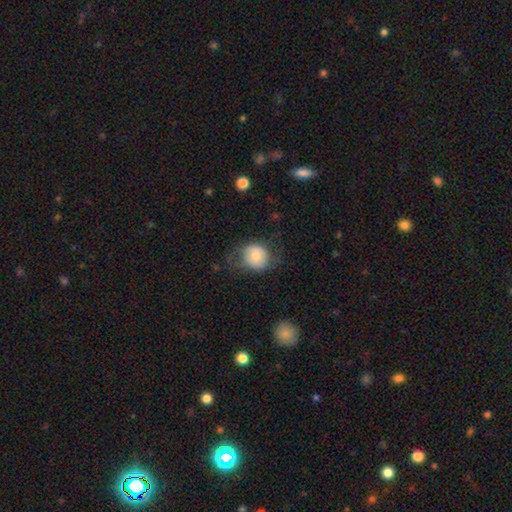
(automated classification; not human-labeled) smooth-or-featured: smooth: 68% | featured or disk: 24% | star or artifact: 8%
  how-rounded: round: 75% | in between: 24% | cigar-shaped: 1%
  merging: none: 58% | minor disturbance: 22% | major disturbance: 18% | merger: 2%